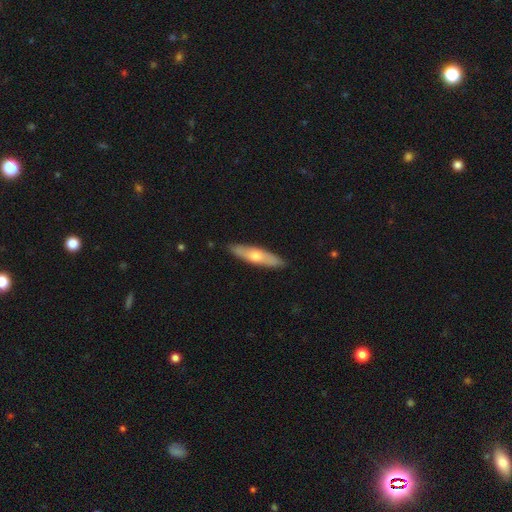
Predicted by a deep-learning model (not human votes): Smooth or featured? smooth (51%)
How rounded? cigar-shaped (76%)
Merging? none (88%)